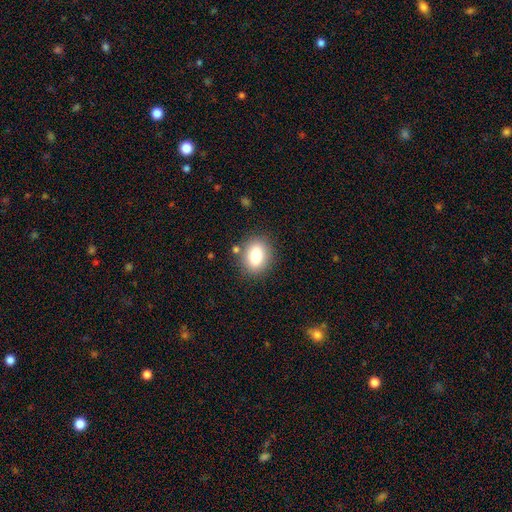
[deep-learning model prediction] smooth_or_featured: smooth (p=0.80) [alt: featured or disk p=0.10]
how_rounded: in between (p=0.65) [alt: round p=0.33]
merging: none (p=0.82) [alt: minor disturbance p=0.10]